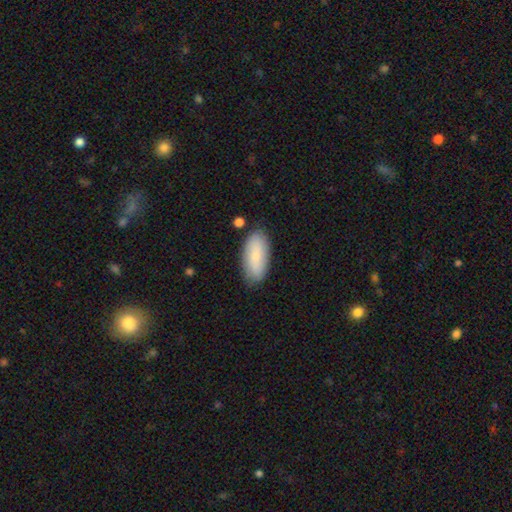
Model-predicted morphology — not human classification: Smooth or featured? Predicted: smooth (p=0.77). How rounded? Predicted: in between (p=0.87). Merging? Predicted: none (p=0.82).